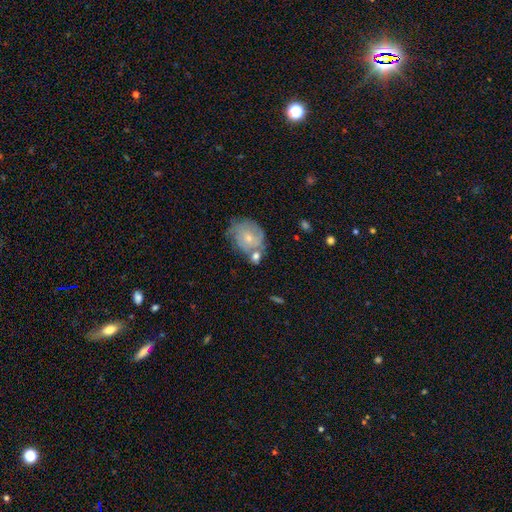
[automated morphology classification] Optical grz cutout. It shows a smooth galaxy with no disk features (50%). Merging: none (44%).